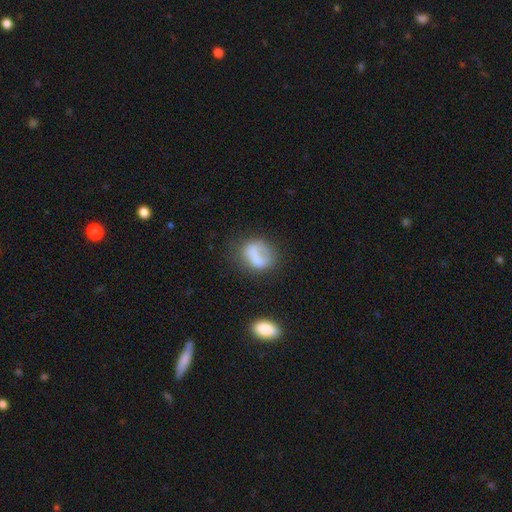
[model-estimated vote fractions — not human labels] Overall: smooth (68%). How rounded: in between (52%; round 45%). Merging: none (43%; minor disturbance 25%).